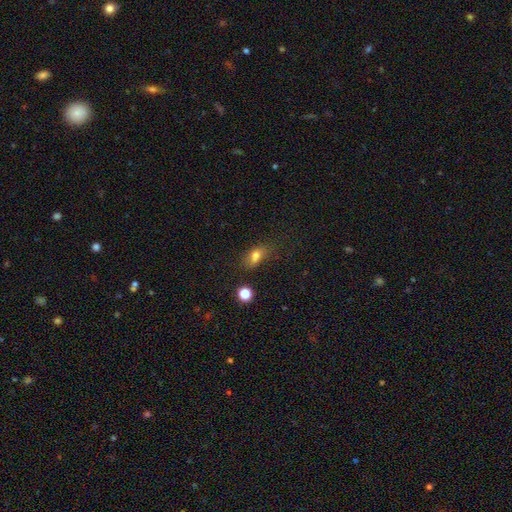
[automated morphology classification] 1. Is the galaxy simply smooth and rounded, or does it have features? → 72% smooth, 15% star or artifact, 14% featured or disk.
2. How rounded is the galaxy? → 73% in between, 22% round, 6% cigar-shaped.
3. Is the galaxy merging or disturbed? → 50% none, 22% minor disturbance, 18% merger, 10% major disturbance.